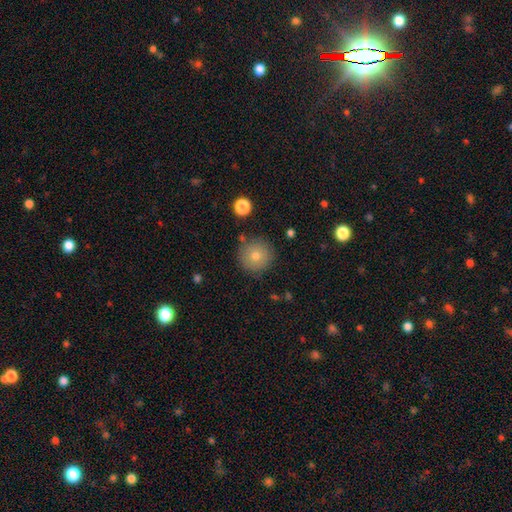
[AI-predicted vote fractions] A smooth galaxy with no disk features (74%) that is round (96%). Merging: none (87%).